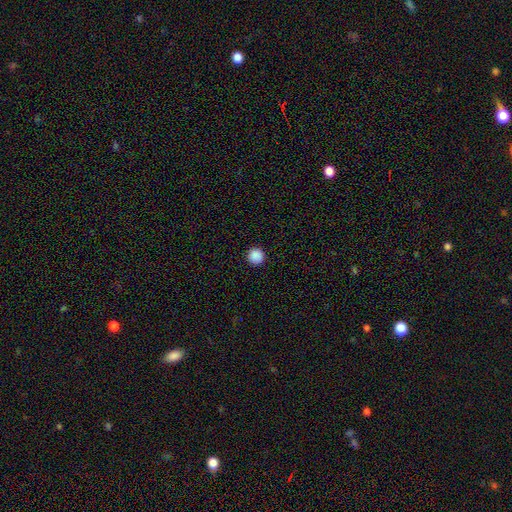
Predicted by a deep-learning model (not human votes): Smooth or featured?
  - smooth: 89% *
  - star or artifact: 9%
  - featured or disk: 2%
How rounded?
  - round: 96% *
  - in between: 3%
  - cigar-shaped: 1%
Merging?
  - none: 93% *
  - minor disturbance: 4%
  - major disturbance: 2%
  - merger: 1%